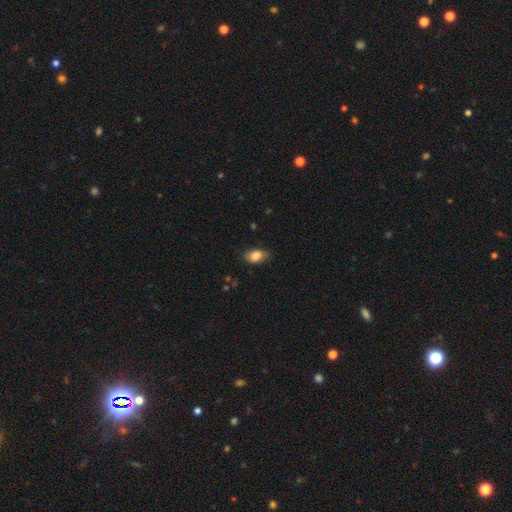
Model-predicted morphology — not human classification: type=smooth (86%); roundness=in between (90%); merging=none (81%).